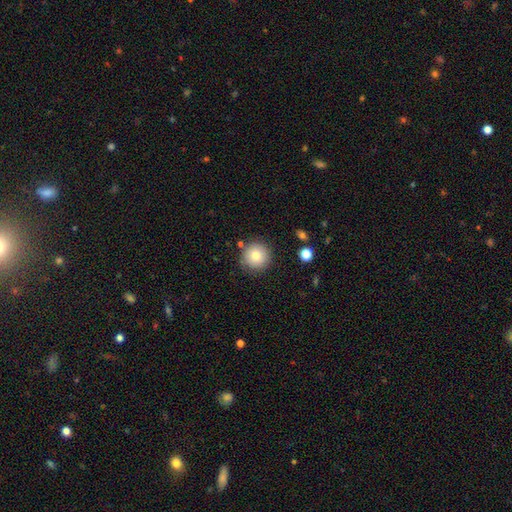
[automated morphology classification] type=smooth (84%); roundness=round (95%); merging=none (85%).